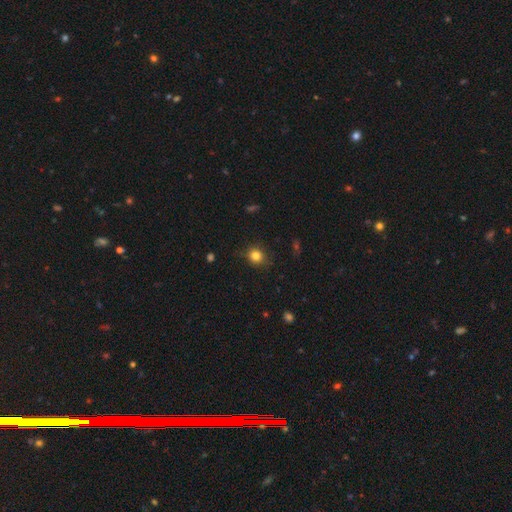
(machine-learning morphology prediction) smooth 82%, star or artifact 12%, featured or disk 6%. Down the decision tree: how rounded — round (80%); merging — none (83%).